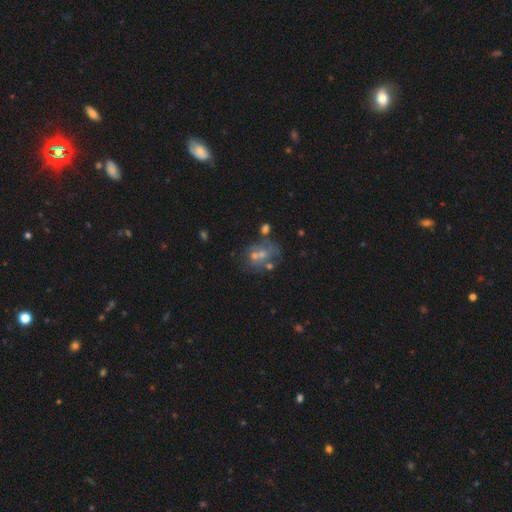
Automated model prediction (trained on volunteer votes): Smooth or featured? Predicted: featured or disk (p=0.42). Merging? Predicted: none (p=0.45).